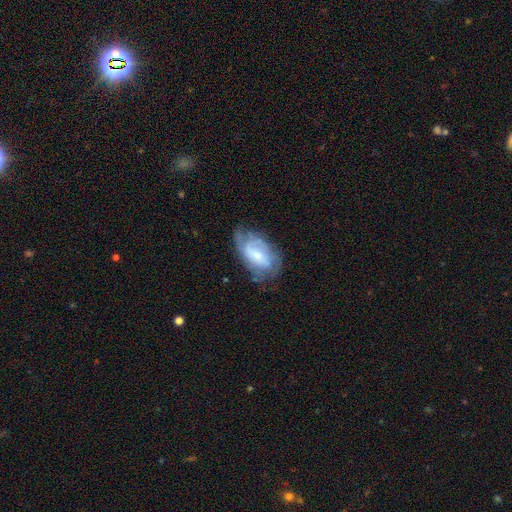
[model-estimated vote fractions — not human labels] A featured or disk galaxy (58%) with no bar (44%), spiral arms (72%) and a small central bulge (48%).

Vote fractions:
- Smooth or featured? featured or disk: 58% / smooth: 34% / star or artifact: 7%
- Edge-on disk? no: 94% / yes: 6%
- Bar? no: 44% / weak: 43% / strong: 14%
- Spiral arms? yes: 72% / no: 28%
- Bulge size? small: 48% / moderate: 36% / none: 8% / large: 6% / dominant: 1%
- Merging? none: 49% / minor disturbance: 31% / major disturbance: 18% / merger: 2%